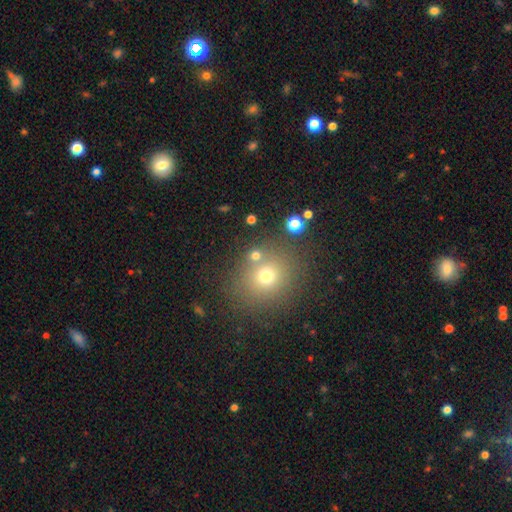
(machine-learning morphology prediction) smooth-or-featured: smooth: 68% | star or artifact: 20% | featured or disk: 11%
  how-rounded: round: 79% | in between: 20% | cigar-shaped: 1%
  merging: none: 74% | merger: 11% | minor disturbance: 10% | major disturbance: 5%